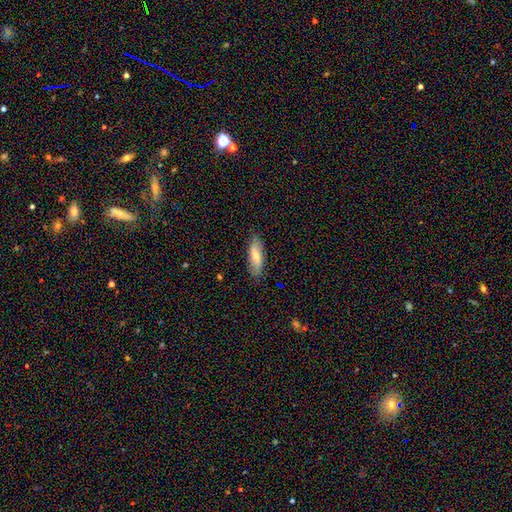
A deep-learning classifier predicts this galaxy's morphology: smooth_or_featured: smooth (p=0.70) [alt: featured or disk p=0.24]
how_rounded: in between (p=0.59) [alt: cigar-shaped p=0.39]
merging: none (p=0.83) [alt: minor disturbance p=0.13]